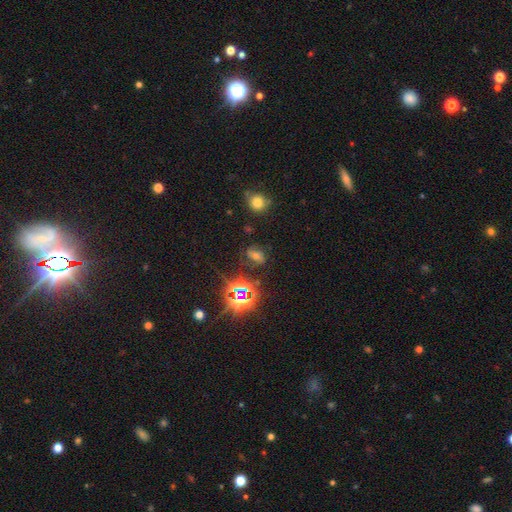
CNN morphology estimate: Smooth or featured? star or artifact (40%)